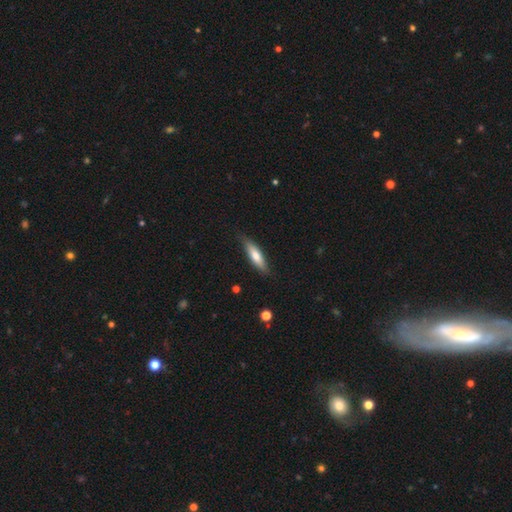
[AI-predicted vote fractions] This is likely a smooth galaxy (67%). How rounded: likely cigar-shaped (65%). Merging: clearly none (81%).